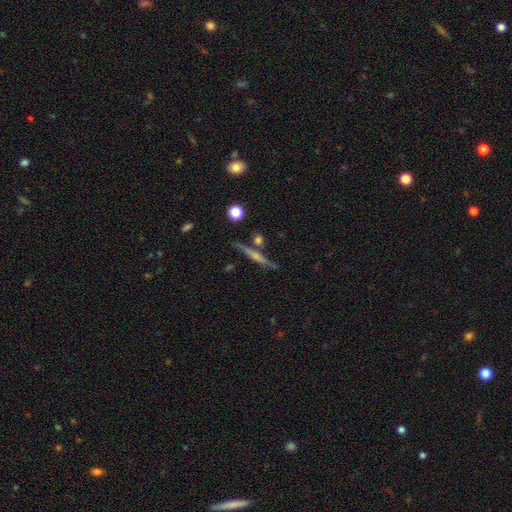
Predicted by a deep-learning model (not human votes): featured or disk 62%, smooth 30%, star or artifact 8%. Down the decision tree: edge-on disk — yes (96%); edge-on bulge — rounded (54%); merging — none (80%).